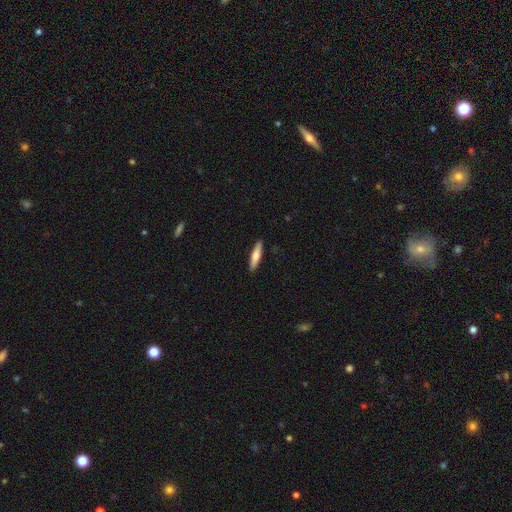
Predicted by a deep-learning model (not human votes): Smooth or featured? Predicted: smooth (p=0.68). How rounded? Predicted: cigar-shaped (p=0.83). Merging? Predicted: none (p=0.90).